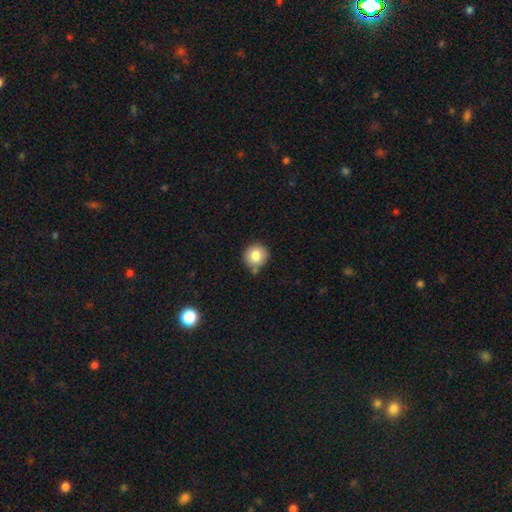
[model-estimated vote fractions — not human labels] The model was most divided on "merging": none: 71%, minor disturbance: 18%, merger: 7%, major disturbance: 4%. More confident: how rounded — round (93%); smooth or featured — smooth (83%).